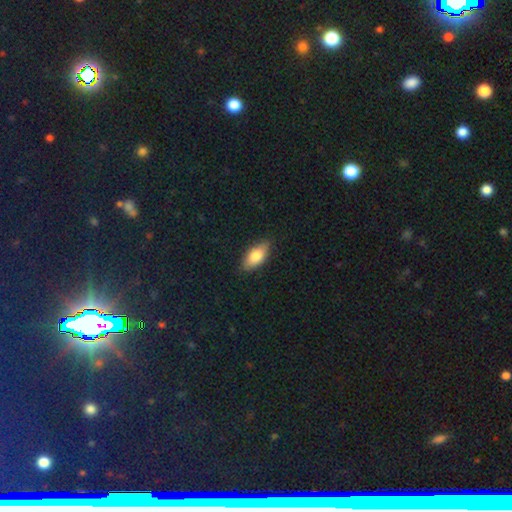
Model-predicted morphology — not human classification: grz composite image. It shows a smooth galaxy with no disk features (76%) that is in between round and cigar-shaped (86%). Merging: none (86%).